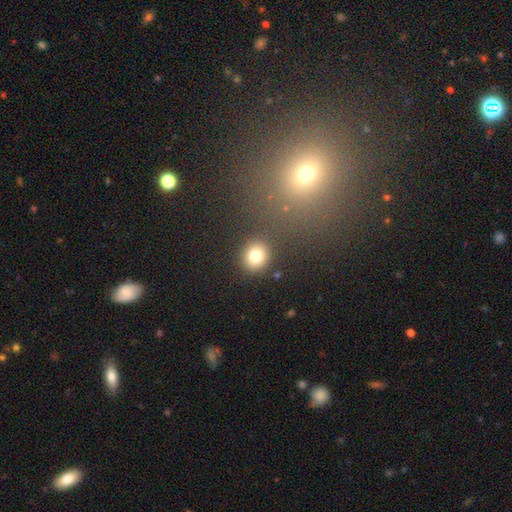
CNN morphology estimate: A smooth galaxy with no disk features (79%) that is round (82%). Merging: none (87%).